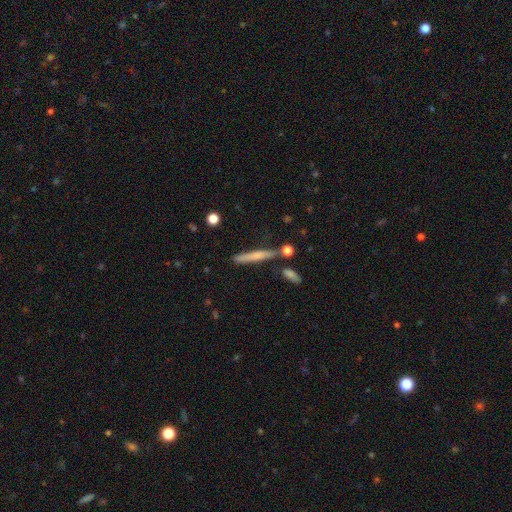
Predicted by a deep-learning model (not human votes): Q: Smooth or featured?
A: smooth (58%); runner-up: featured or disk (35%)
Q: How rounded?
A: cigar-shaped (94%); runner-up: in between (4%)
Q: Merging?
A: none (75%); runner-up: minor disturbance (14%)